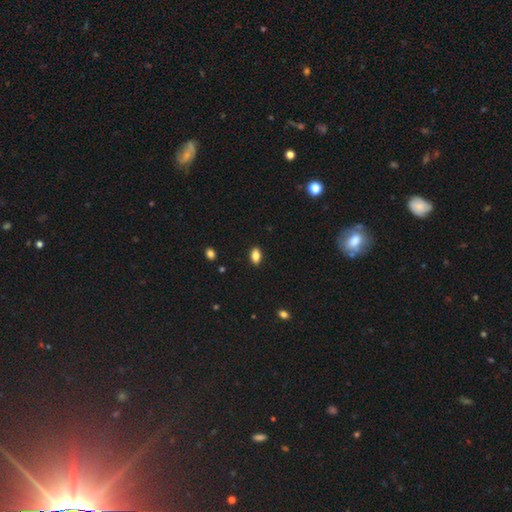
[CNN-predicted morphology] type=smooth (83%); roundness=in between (88%); merging=none (89%).